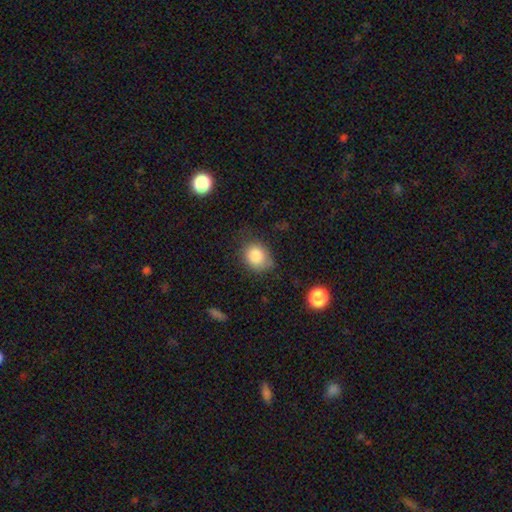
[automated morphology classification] This appears to be a smooth galaxy with no disk features (85%) that is round (60%). Merging: none (64%).